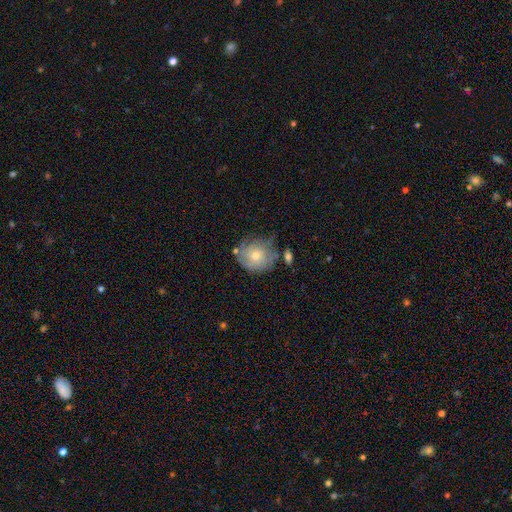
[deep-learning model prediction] Morphology: type=featured or disk (50%); merging=none (61%).